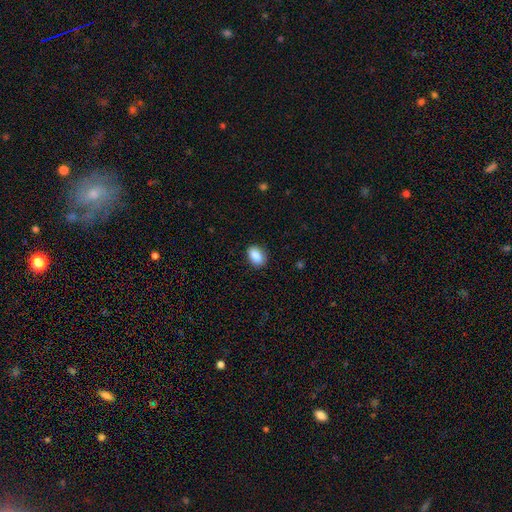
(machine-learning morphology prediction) Smooth or featured: smooth — 88% (star or artifact — 8%)
How rounded: in between — 84% (round — 15%)
Merging: none — 86% (minor disturbance — 10%)